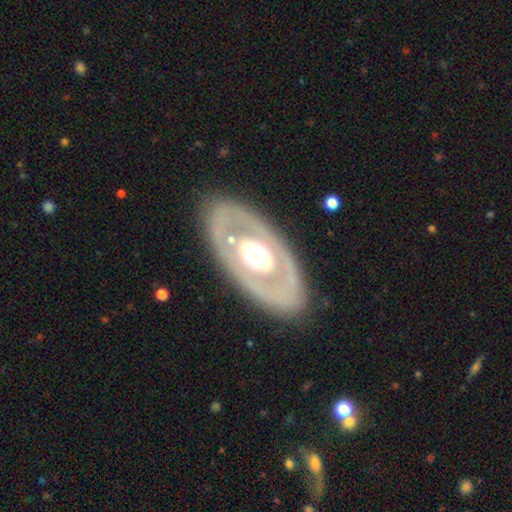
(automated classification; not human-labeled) This is likely a featured or disk galaxy (66%). It is clearly not viewed edge-on (88%). Bar: clearly no (86%). Spiral arm pattern: clearly no (88%). Central bulge: possibly moderate (48%). Merging: clearly none (82%).